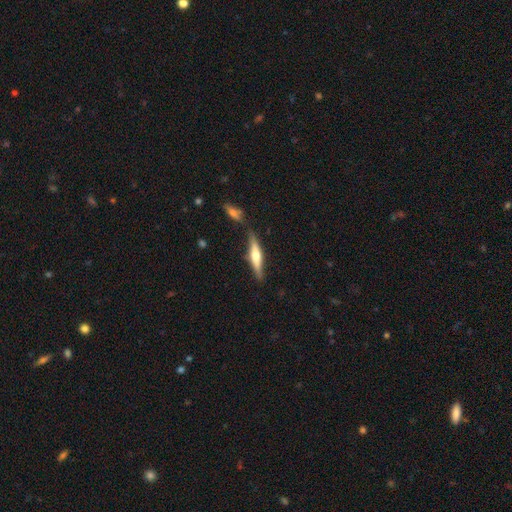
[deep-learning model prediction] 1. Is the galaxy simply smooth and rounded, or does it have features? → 59% featured or disk, 35% smooth, 5% star or artifact.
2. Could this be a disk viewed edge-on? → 95% yes, 5% no.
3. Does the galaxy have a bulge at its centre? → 89% rounded, 7% boxy, 4% none.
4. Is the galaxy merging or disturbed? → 75% none, 14% minor disturbance, 8% merger, 3% major disturbance.